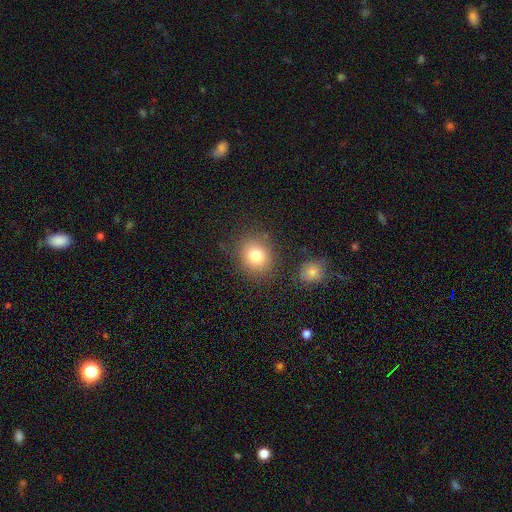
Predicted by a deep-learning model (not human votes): The model was most divided on "how rounded": round: 71%, in between: 28%, cigar-shaped: 1%. More confident: smooth or featured — smooth (80%); merging — none (79%).